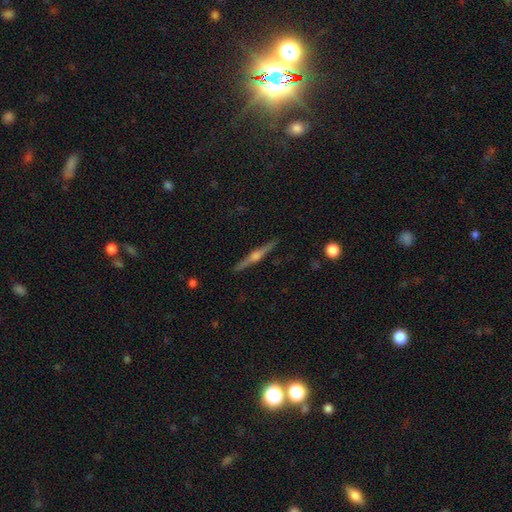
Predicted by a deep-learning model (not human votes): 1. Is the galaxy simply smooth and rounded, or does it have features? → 79% featured or disk, 15% smooth, 6% star or artifact.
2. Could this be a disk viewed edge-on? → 98% yes, 2% no.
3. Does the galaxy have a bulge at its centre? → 91% rounded, 5% boxy, 3% none.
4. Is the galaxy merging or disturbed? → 91% none, 6% minor disturbance, 1% major disturbance, 1% merger.